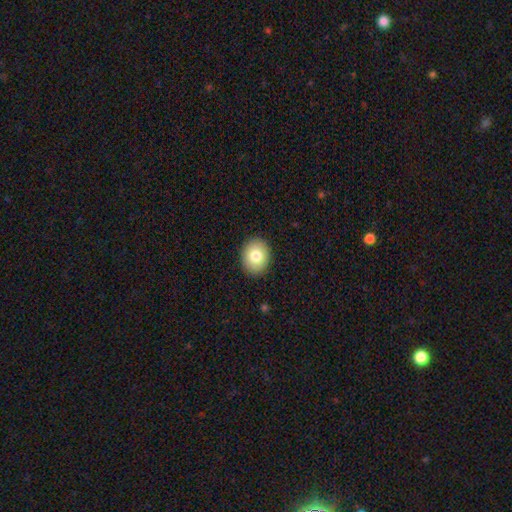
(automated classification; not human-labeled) Overall: smooth (79%). How rounded: round (52%; in between 47%). Merging: none (90%).